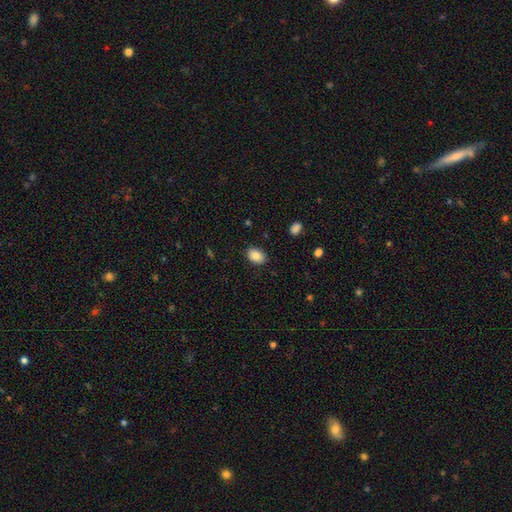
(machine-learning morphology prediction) Smooth or featured: smooth — 87% (star or artifact — 8%)
How rounded: in between — 83% (round — 16%)
Merging: none — 87% (minor disturbance — 10%)